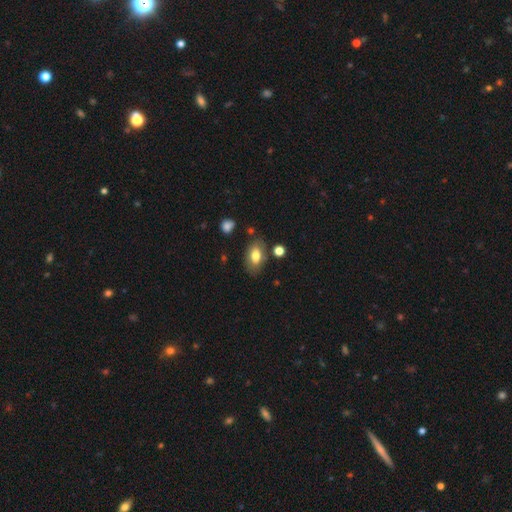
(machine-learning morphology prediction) smooth-or-featured: smooth: 73% | featured or disk: 19% | star or artifact: 8%
  how-rounded: in between: 90% | round: 7% | cigar-shaped: 3%
  merging: none: 75% | minor disturbance: 16% | merger: 5% | major disturbance: 4%